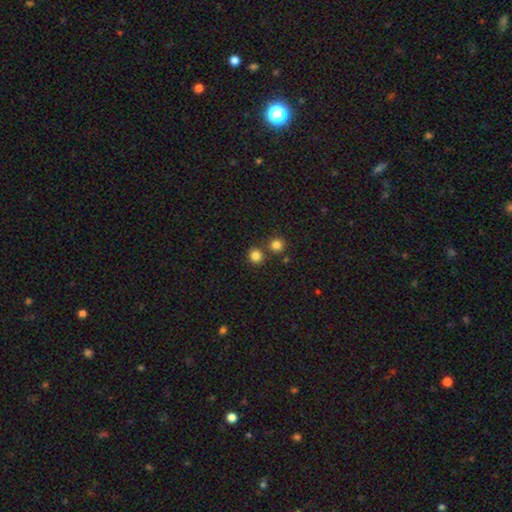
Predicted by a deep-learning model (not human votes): smooth_or_featured: smooth (p=0.83) [alt: star or artifact p=0.13]
how_rounded: round (p=0.88) [alt: in between p=0.11]
merging: none (p=0.75) [alt: merger p=0.15]